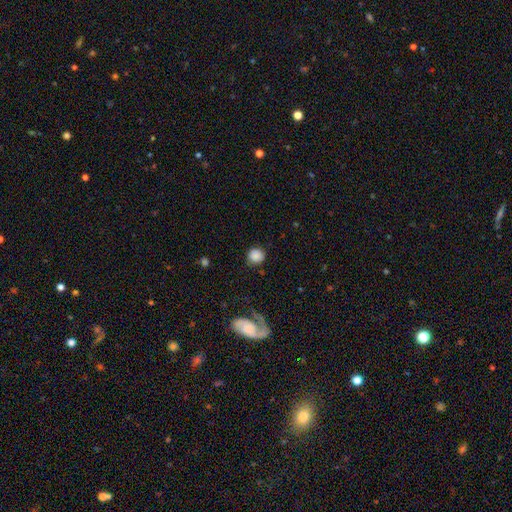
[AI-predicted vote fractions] The model was most divided on "merging": none: 82%, minor disturbance: 11%, major disturbance: 5%, merger: 3%. More confident: how rounded — round (90%); smooth or featured — smooth (81%).